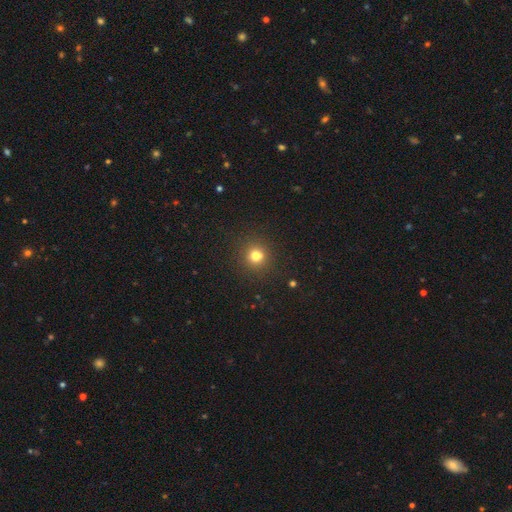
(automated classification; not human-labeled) Q: Smooth or featured?
A: smooth (76%); runner-up: star or artifact (17%)
Q: How rounded?
A: round (88%); runner-up: in between (11%)
Q: Merging?
A: none (83%); runner-up: minor disturbance (8%)